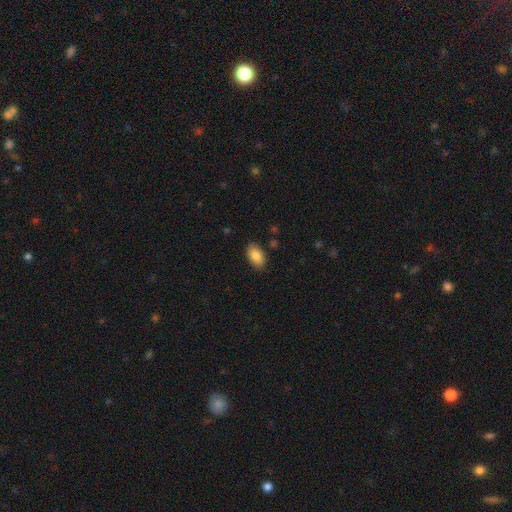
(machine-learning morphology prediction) Smooth or featured? smooth (86%)
How rounded? in between (93%)
Merging? none (86%)